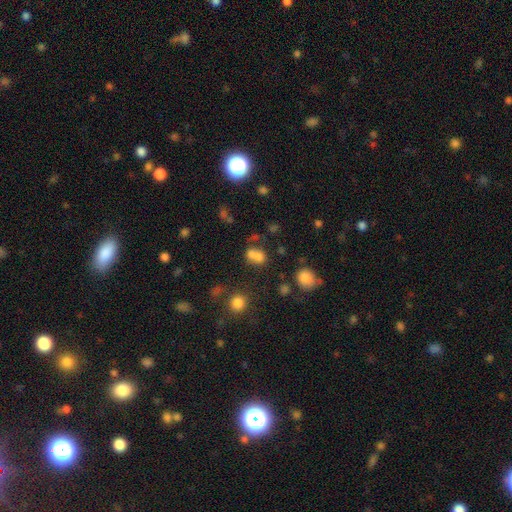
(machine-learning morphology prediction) smooth-or-featured: smooth: 71% | star or artifact: 15% | featured or disk: 13%
  how-rounded: round: 50% | in between: 49% | cigar-shaped: 1%
  merging: merger: 54% | none: 30% | minor disturbance: 10% | major disturbance: 6%